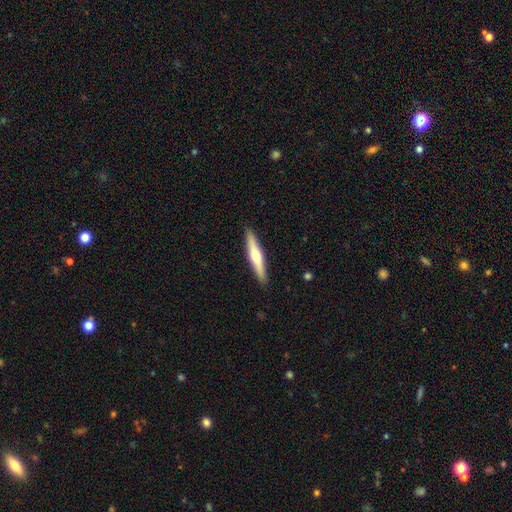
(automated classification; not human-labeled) Smooth or featured: featured or disk — 50% (smooth — 45%)
Merging: none — 91% (minor disturbance — 7%)